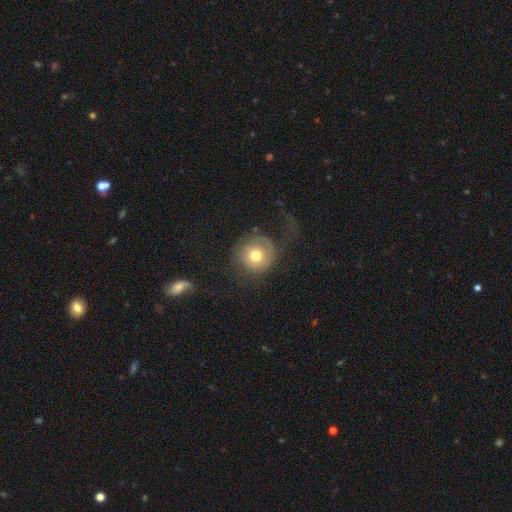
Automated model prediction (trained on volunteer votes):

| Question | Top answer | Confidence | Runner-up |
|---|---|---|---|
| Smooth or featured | smooth | 66% | featured or disk (25%) |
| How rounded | round | 90% | in between (9%) |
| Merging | none | 48% | major disturbance (31%) |